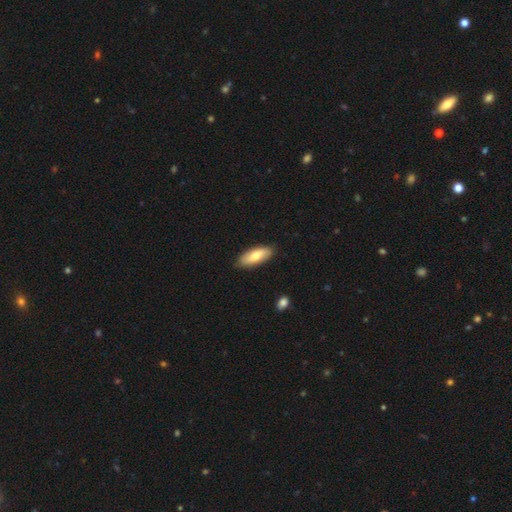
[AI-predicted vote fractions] smooth_or_featured: smooth (p=0.71) [alt: featured or disk p=0.23]
how_rounded: in between (p=0.76) [alt: cigar-shaped p=0.22]
merging: none (p=0.86) [alt: minor disturbance p=0.11]